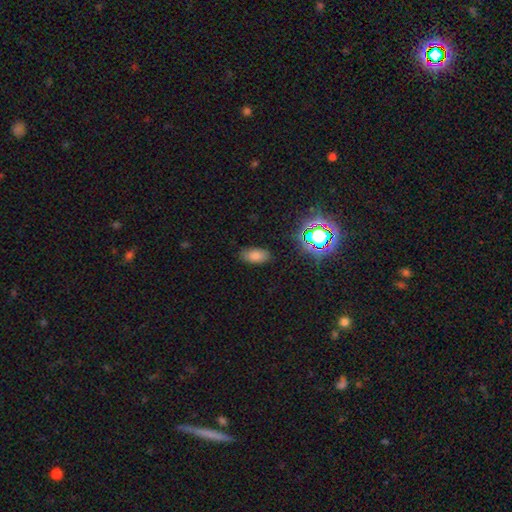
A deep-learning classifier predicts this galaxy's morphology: Overall: smooth (76%). How rounded: in between (92%). Merging: none (85%).